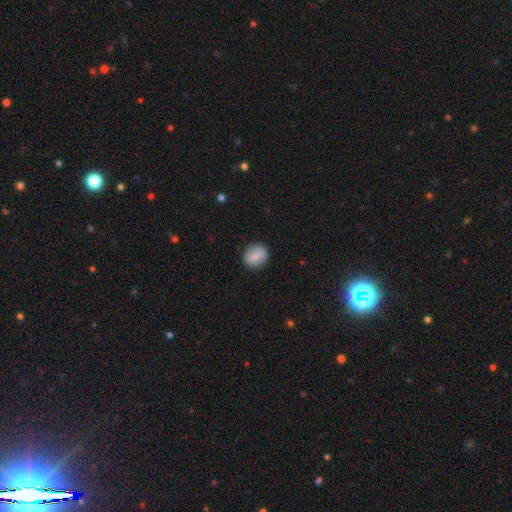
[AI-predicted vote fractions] Smooth or featured: smooth — 80% (featured or disk — 13%)
How rounded: round — 73% (in between — 26%)
Merging: none — 87% (minor disturbance — 9%)